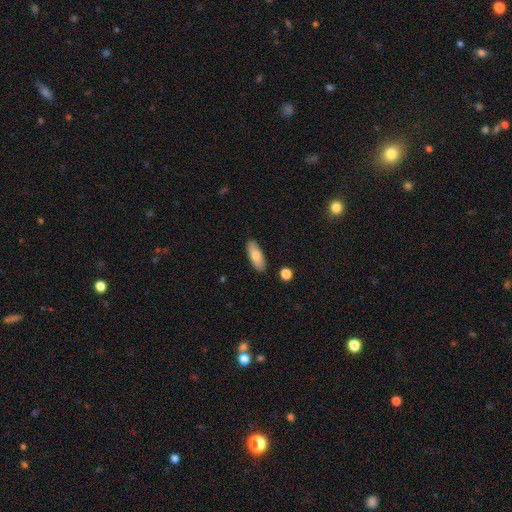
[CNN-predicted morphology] Overall: smooth (78%). How rounded: in between (73%). Merging: none (88%).